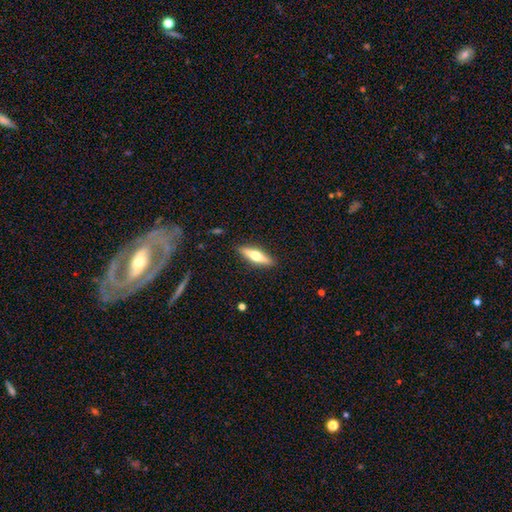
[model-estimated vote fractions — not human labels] smooth-or-featured: featured or disk: 50% | smooth: 44% | star or artifact: 6%
  merging: none: 90% | minor disturbance: 8% | major disturbance: 2% | merger: 1%